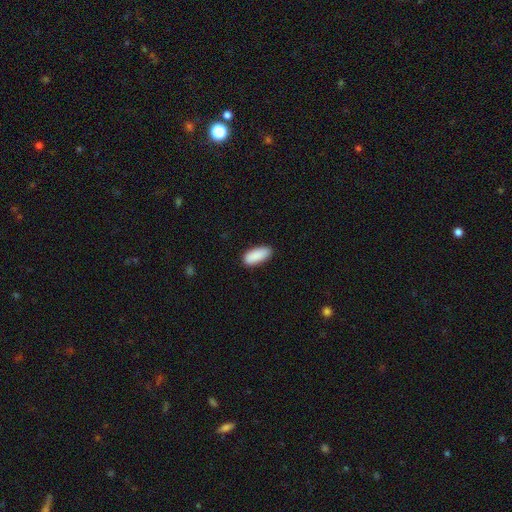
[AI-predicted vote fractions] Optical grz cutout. It shows a smooth galaxy with no disk features (90%) that is in between round and cigar-shaped (84%). Merging: none (85%).